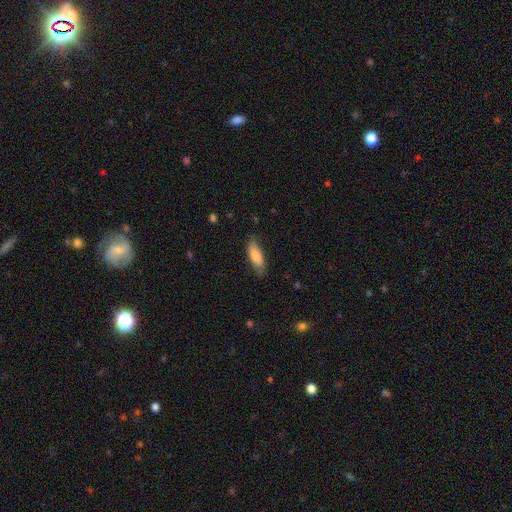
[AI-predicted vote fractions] Q: Smooth or featured?
A: smooth (81%); runner-up: featured or disk (14%)
Q: How rounded?
A: in between (63%); runner-up: cigar-shaped (36%)
Q: Merging?
A: none (75%); runner-up: minor disturbance (20%)